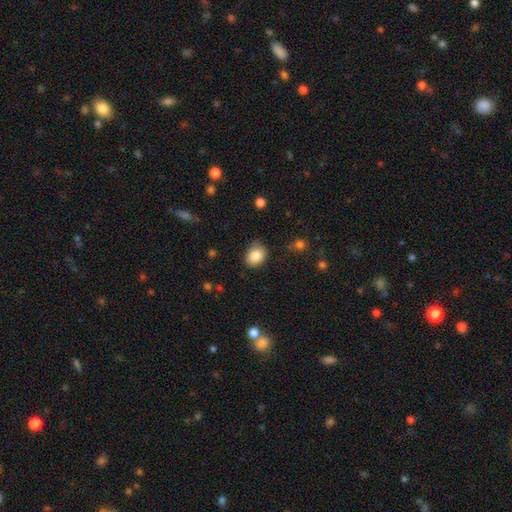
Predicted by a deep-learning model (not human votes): Q: Smooth or featured?
A: smooth (83%); runner-up: star or artifact (9%)
Q: How rounded?
A: in between (59%); runner-up: round (40%)
Q: Merging?
A: none (77%); runner-up: minor disturbance (18%)